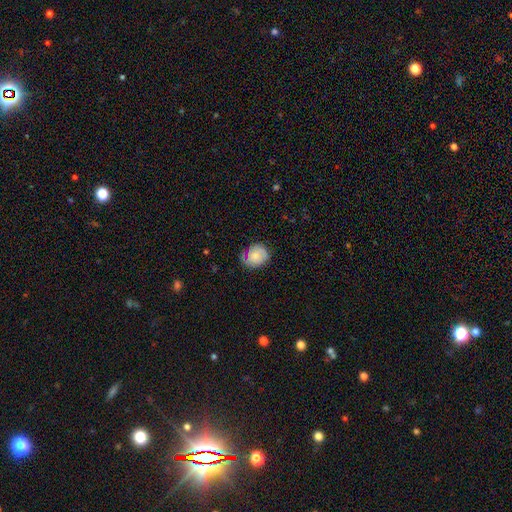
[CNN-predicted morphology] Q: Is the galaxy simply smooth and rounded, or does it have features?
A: smooth — 52%.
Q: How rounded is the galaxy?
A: round — 65%.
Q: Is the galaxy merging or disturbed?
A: none — 66%.